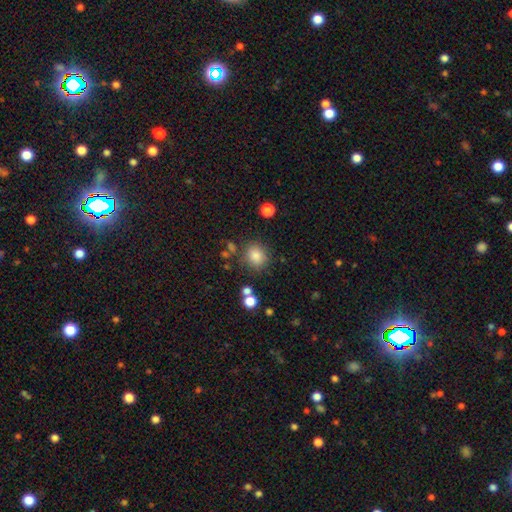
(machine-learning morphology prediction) smooth-or-featured: smooth: 82% | star or artifact: 12% | featured or disk: 6%
  how-rounded: round: 79% | in between: 20% | cigar-shaped: 1%
  merging: none: 81% | minor disturbance: 10% | merger: 5% | major disturbance: 4%